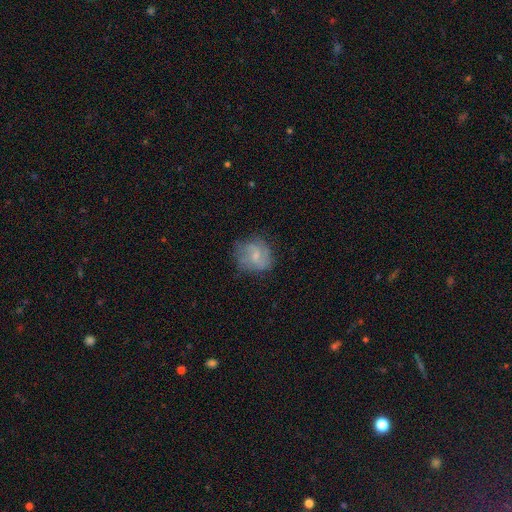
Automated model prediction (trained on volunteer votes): Smooth or featured?
  - featured or disk: 53% *
  - smooth: 39%
  - star or artifact: 7%
Edge-on disk?
  - no: 98% *
  - yes: 2%
Bar?
  - weak: 48% *
  - no: 44%
  - strong: 8%
Spiral arms?
  - yes: 81% *
  - no: 19%
Bulge size?
  - small: 50% *
  - moderate: 36%
  - none: 11%
  - large: 2%
  - dominant: 1%
Merging?
  - none: 66% *
  - minor disturbance: 23%
  - major disturbance: 10%
  - merger: 1%